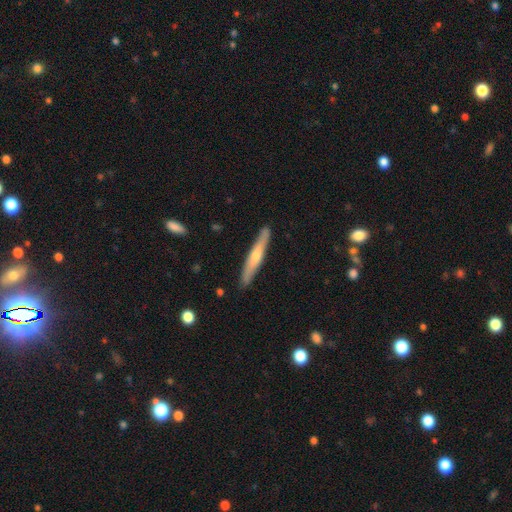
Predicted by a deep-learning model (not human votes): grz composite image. It shows a featured or disk galaxy (59%) viewed edge-on (93%) with a rounded central bulge (80%). Merging: none (87%).